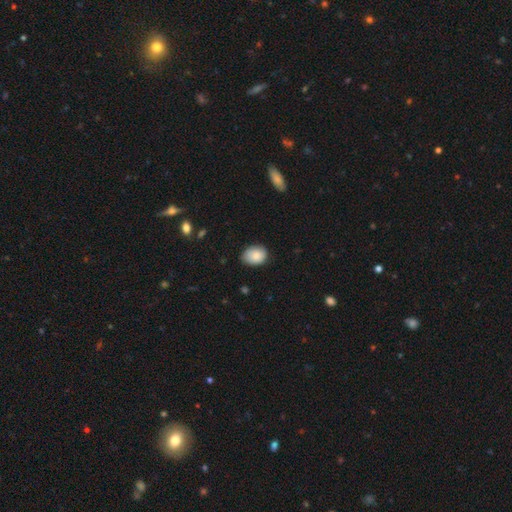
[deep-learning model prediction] Smooth or featured?
  - smooth: 81% *
  - featured or disk: 11%
  - star or artifact: 8%
How rounded?
  - in between: 68% *
  - round: 32%
  - cigar-shaped: 1%
Merging?
  - none: 75% *
  - minor disturbance: 21%
  - major disturbance: 3%
  - merger: 1%